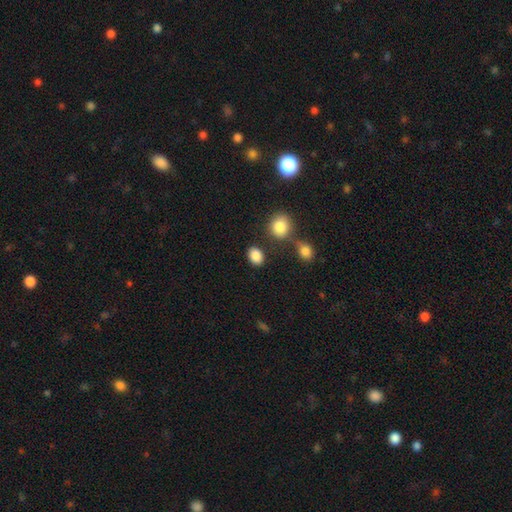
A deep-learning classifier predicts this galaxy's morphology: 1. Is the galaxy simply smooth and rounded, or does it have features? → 87% smooth, 9% star or artifact, 4% featured or disk.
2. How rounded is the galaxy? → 69% in between, 29% round, 1% cigar-shaped.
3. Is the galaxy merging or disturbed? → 78% none, 11% minor disturbance, 7% merger, 4% major disturbance.